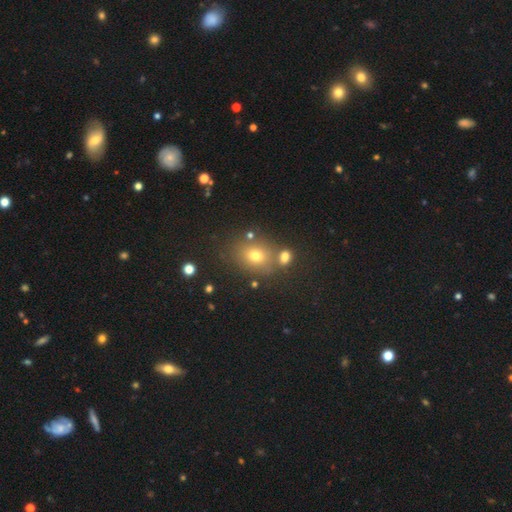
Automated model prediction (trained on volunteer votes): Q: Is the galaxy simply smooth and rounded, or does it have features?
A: smooth — 68%.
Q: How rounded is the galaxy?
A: in between — 50%.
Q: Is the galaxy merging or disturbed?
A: none — 67%.